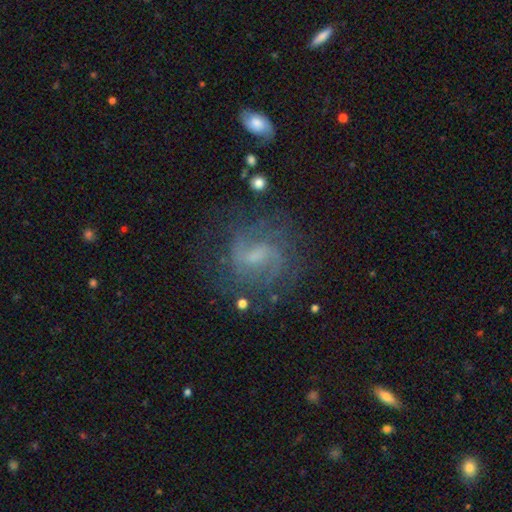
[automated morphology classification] featured or disk 78%, smooth 12%, star or artifact 10%. Down the decision tree: edge-on disk — no (97%); bar — weak (60%); spiral arms — yes (92%); spiral arm count — 2 (67%); spiral winding — medium (49%); bulge size — small (51%); merging — none (72%).